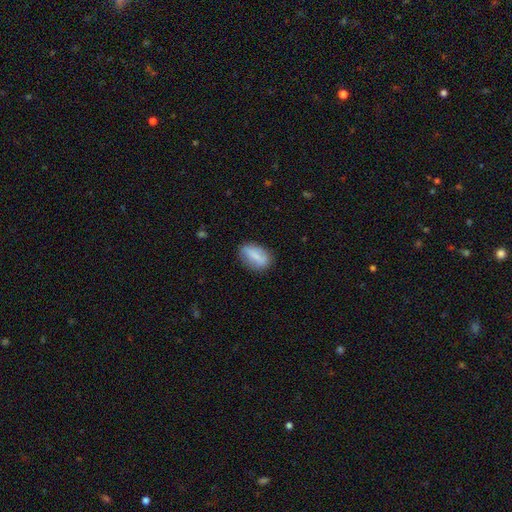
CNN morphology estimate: smooth 73%, featured or disk 19%, star or artifact 7%. Down the decision tree: how rounded — in between (83%); merging — none (79%).